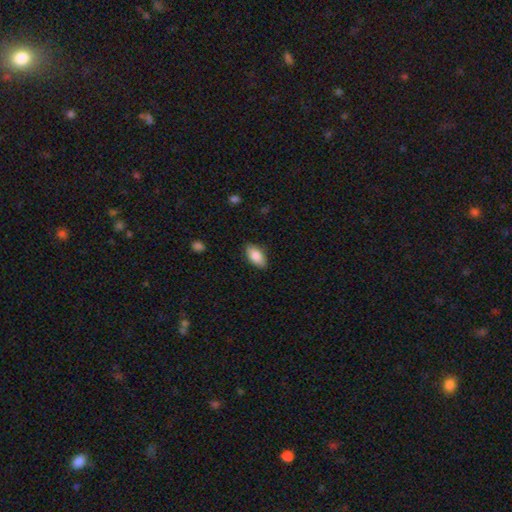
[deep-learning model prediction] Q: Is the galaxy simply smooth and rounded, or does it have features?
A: smooth — 85%.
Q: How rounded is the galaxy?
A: in between — 92%.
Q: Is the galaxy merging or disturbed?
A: none — 85%.